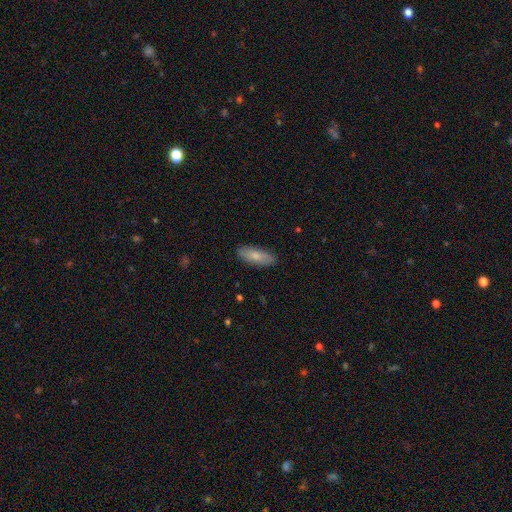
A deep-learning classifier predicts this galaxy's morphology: smooth 77%, featured or disk 17%, star or artifact 6%. Down the decision tree: how rounded — in between (66%); merging — none (88%).